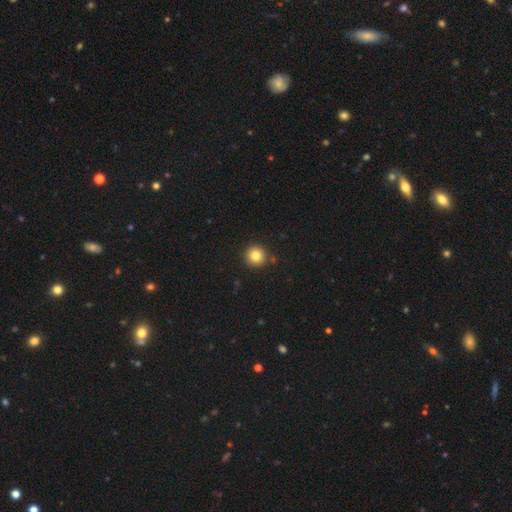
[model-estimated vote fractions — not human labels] Overall: smooth (82%). How rounded: round (95%). Merging: none (90%).